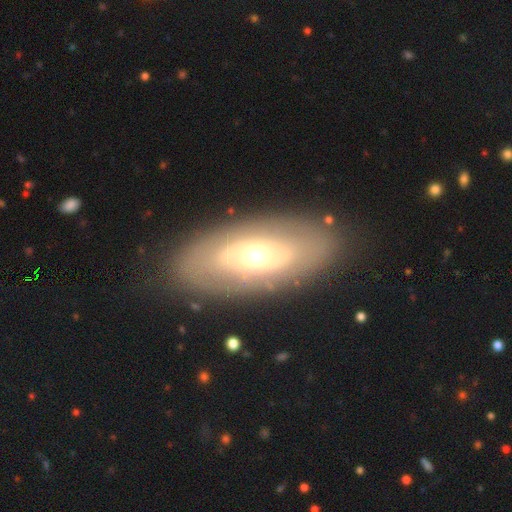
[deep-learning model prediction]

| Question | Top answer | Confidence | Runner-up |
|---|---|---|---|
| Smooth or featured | featured or disk | 61% | smooth (33%) |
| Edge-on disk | no | 85% | yes (15%) |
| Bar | no | 72% | weak (20%) |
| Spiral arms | no | 60% | yes (40%) |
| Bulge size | moderate | 67% | small (18%) |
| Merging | none | 84% | minor disturbance (10%) |